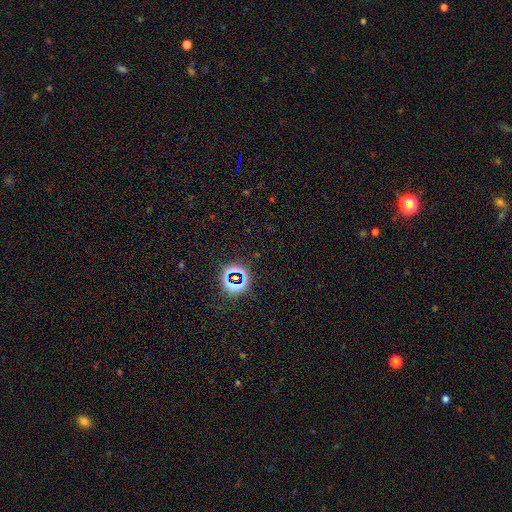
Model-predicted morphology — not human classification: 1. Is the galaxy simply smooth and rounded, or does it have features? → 75% star or artifact, 17% smooth, 8% featured or disk.